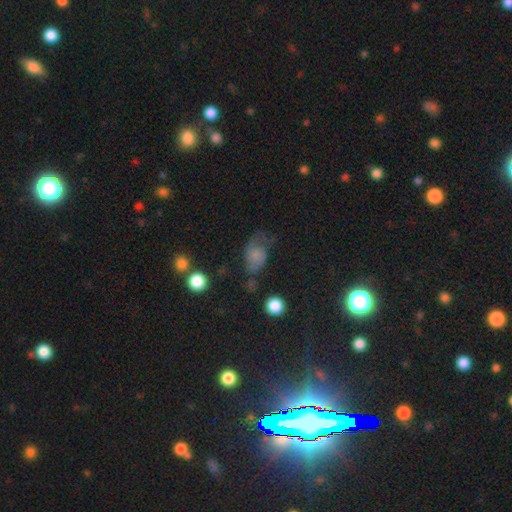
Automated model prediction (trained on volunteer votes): Overall: smooth (56%; featured or disk 32%). How rounded: in between (74%). Merging: none (41%; minor disturbance 29%).